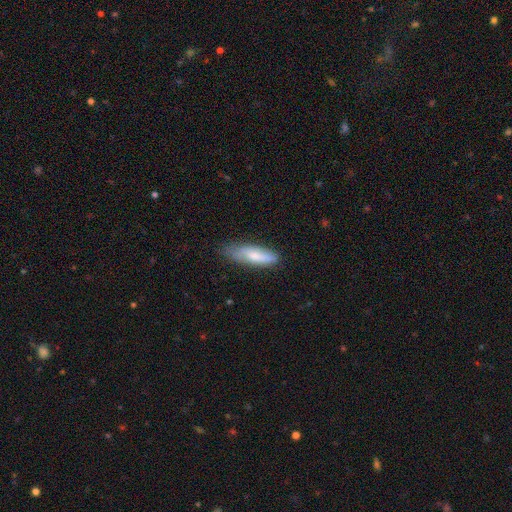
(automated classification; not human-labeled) smooth-or-featured: smooth: 72% | featured or disk: 22% | star or artifact: 6%
  how-rounded: cigar-shaped: 57% | in between: 41% | round: 2%
  merging: none: 62% | minor disturbance: 30% | major disturbance: 6% | merger: 2%